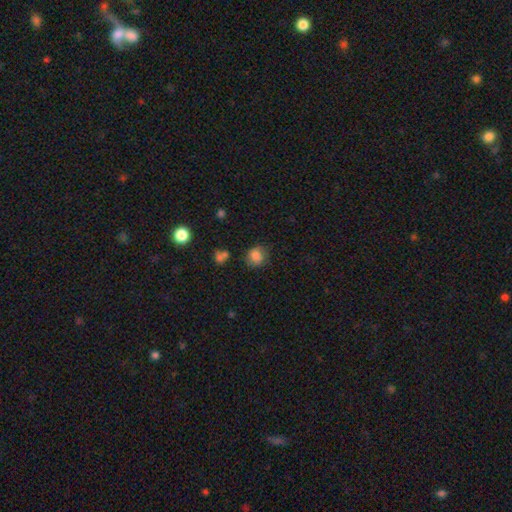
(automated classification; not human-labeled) Overall: smooth (81%). How rounded: round (77%). Merging: none (69%).